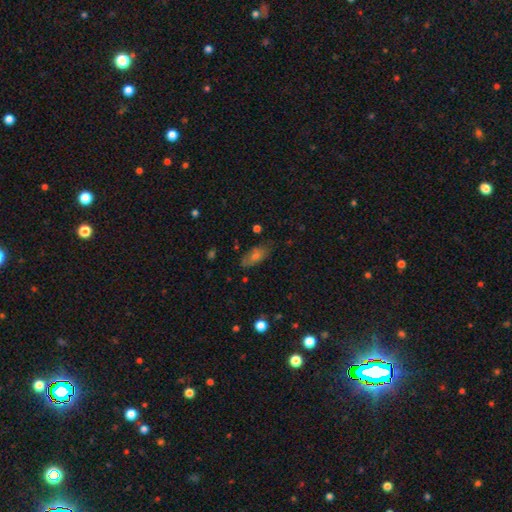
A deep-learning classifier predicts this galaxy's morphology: This is possibly a smooth galaxy (54%). How rounded: likely in between (77%). Merging: likely none (77%).